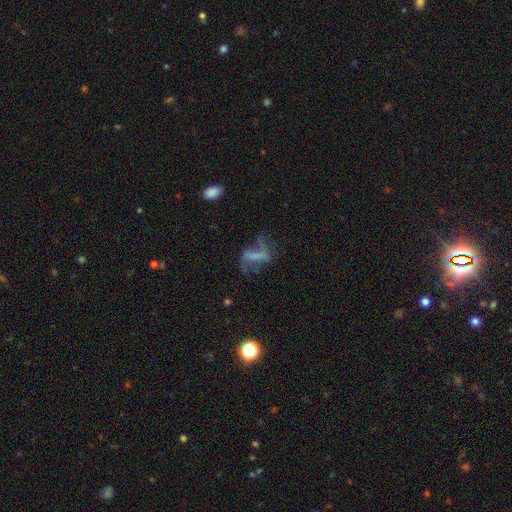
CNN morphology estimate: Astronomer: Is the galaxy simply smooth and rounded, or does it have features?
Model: featured or disk — 56%.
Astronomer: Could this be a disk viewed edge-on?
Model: no — 90%.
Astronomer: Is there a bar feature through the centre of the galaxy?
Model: strong — 45% (runner-up: no, 30%).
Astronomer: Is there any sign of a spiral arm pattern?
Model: yes — 53% (runner-up: no, 47%).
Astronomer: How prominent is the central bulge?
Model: none — 65%.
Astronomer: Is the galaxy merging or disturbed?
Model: none — 40% (runner-up: major disturbance, 36%).